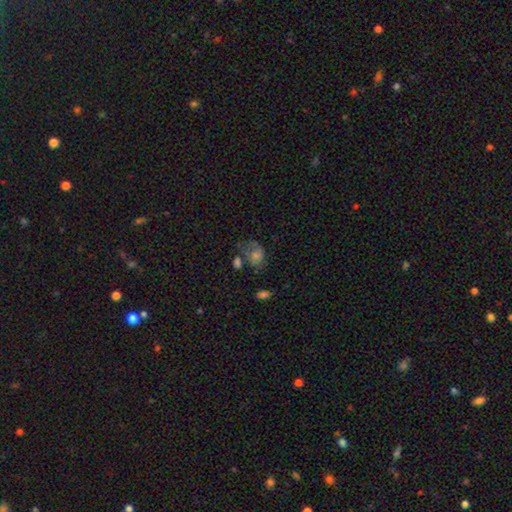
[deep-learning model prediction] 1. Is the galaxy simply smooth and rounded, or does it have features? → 45% smooth, 33% featured or disk, 22% star or artifact.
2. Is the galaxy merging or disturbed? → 34% none, 31% major disturbance, 22% minor disturbance, 13% merger.